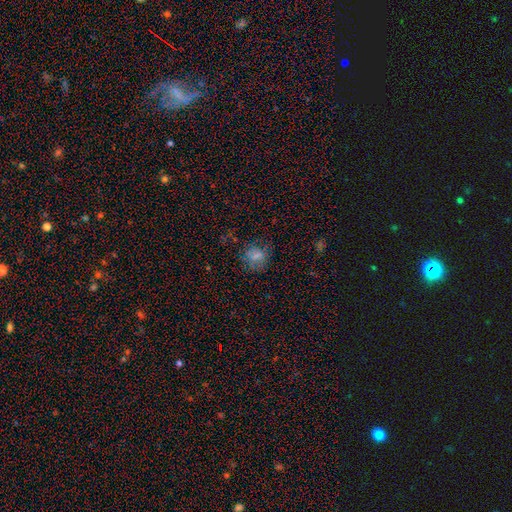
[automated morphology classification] A smooth galaxy with no disk features (65%) that is round (72%). Merging: none (74%).